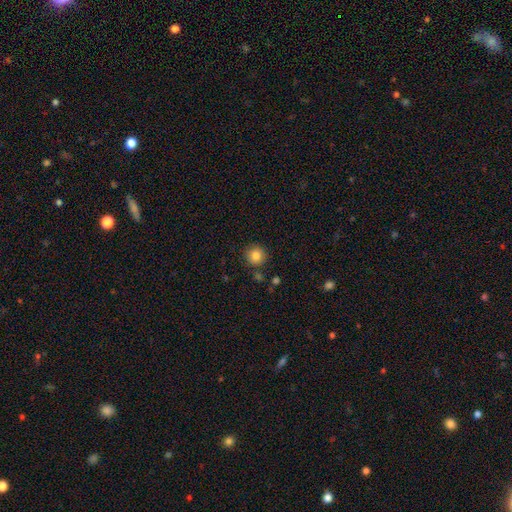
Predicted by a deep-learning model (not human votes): This appears to be a smooth galaxy with no disk features (83%) that is round (93%). Merging: none (87%).